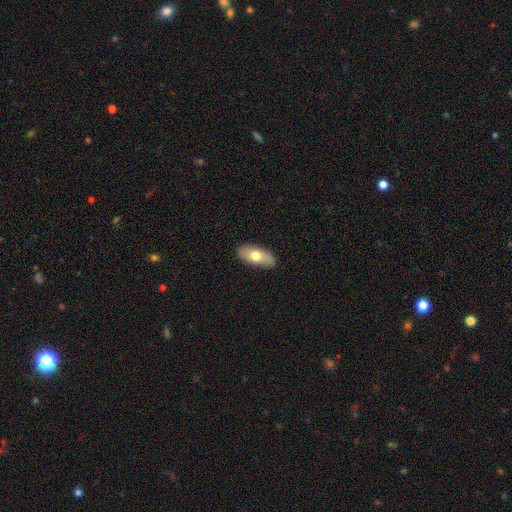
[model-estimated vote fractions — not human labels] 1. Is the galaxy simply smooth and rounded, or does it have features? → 66% smooth, 28% featured or disk, 6% star or artifact.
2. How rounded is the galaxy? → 85% in between, 11% cigar-shaped, 4% round.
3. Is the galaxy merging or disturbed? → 86% none, 10% minor disturbance, 2% major disturbance, 1% merger.